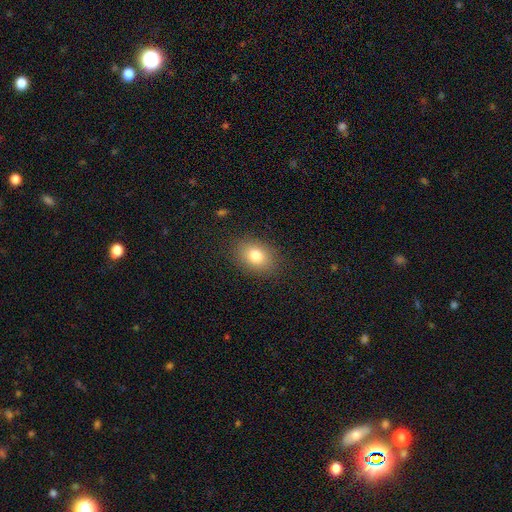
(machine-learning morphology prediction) A smooth galaxy with no disk features (80%) that is in between round and cigar-shaped (72%).

Vote fractions:
- Smooth or featured? smooth: 80% / star or artifact: 10% / featured or disk: 10%
- How rounded? in between: 72% / round: 27% / cigar-shaped: 1%
- Merging? none: 86% / minor disturbance: 10% / major disturbance: 3% / merger: 1%